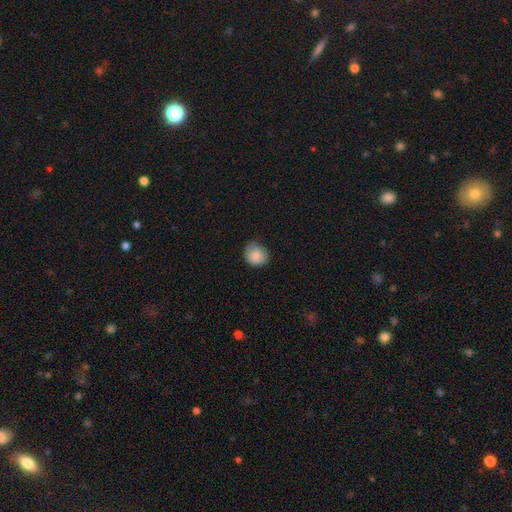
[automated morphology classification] This is clearly a smooth galaxy (84%). How rounded: likely round (80%). Merging: likely none (69%).